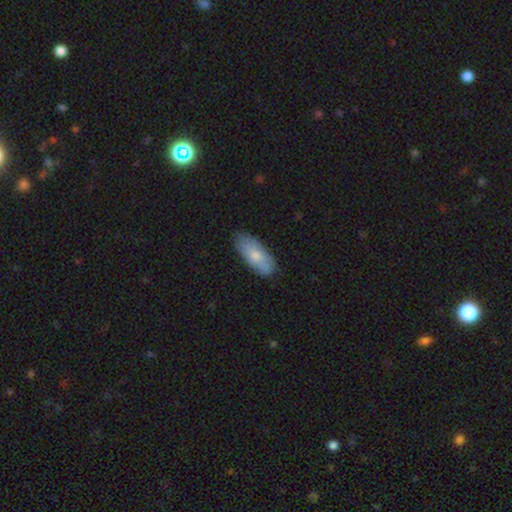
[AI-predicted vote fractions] Q: Smooth or featured?
A: smooth (72%); runner-up: featured or disk (22%)
Q: How rounded?
A: in between (85%); runner-up: cigar-shaped (13%)
Q: Merging?
A: none (73%); runner-up: minor disturbance (22%)